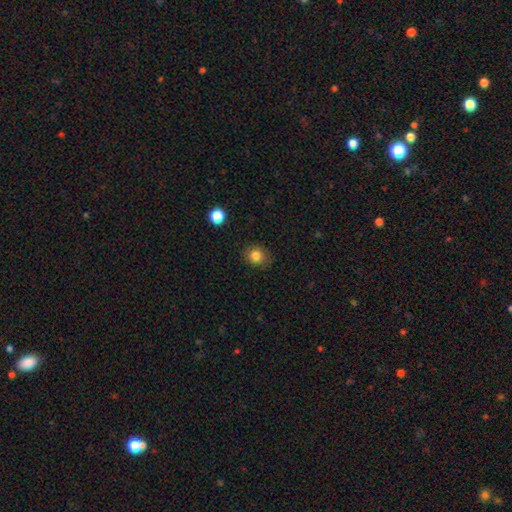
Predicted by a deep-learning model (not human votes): Q: Smooth or featured?
A: smooth (82%); runner-up: star or artifact (11%)
Q: How rounded?
A: round (76%); runner-up: in between (23%)
Q: Merging?
A: none (82%); runner-up: minor disturbance (13%)